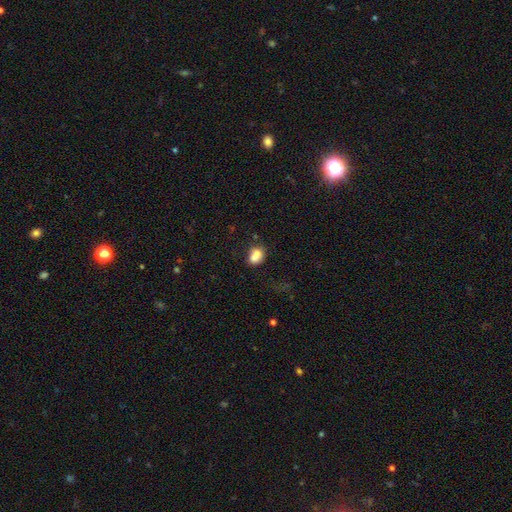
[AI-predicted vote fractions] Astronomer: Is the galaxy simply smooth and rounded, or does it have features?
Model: smooth — 80%.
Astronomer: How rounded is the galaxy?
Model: in between — 70%.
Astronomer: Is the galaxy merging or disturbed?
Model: none — 50%.